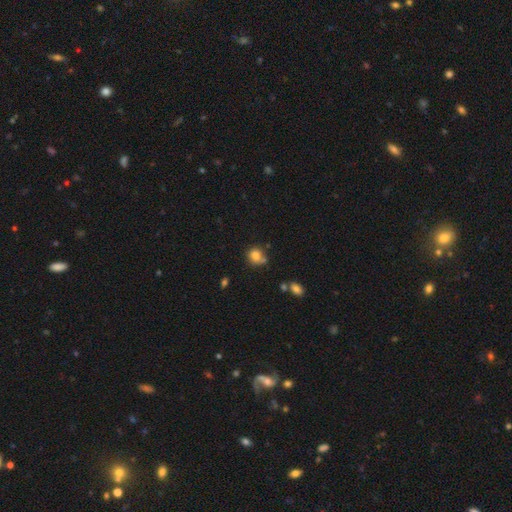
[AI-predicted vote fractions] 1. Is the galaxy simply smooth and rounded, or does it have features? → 81% smooth, 11% star or artifact, 8% featured or disk.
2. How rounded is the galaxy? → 84% round, 15% in between, 1% cigar-shaped.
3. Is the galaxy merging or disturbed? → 61% none, 19% minor disturbance, 15% merger, 5% major disturbance.